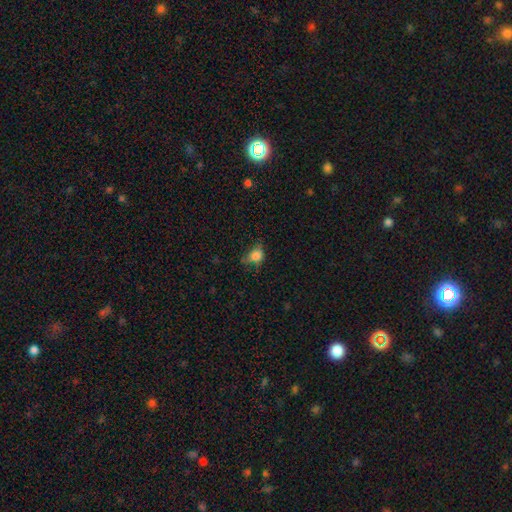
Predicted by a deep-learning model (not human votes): A smooth galaxy with no disk features (80%) that is in between round and cigar-shaped (58%).

Vote fractions:
- Smooth or featured? smooth: 80% / star or artifact: 11% / featured or disk: 9%
- How rounded? in between: 58% / round: 41% / cigar-shaped: 2%
- Merging? none: 42% / minor disturbance: 36% / major disturbance: 19% / merger: 3%